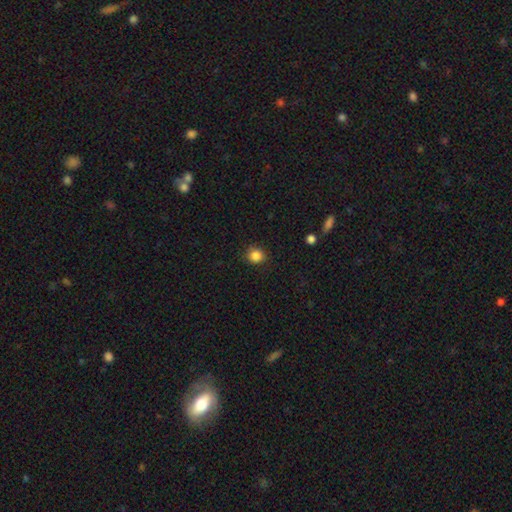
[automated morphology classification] A smooth galaxy with no disk features (86%) that is round (85%).

Vote fractions:
- Smooth or featured? smooth: 86% / star or artifact: 11% / featured or disk: 4%
- How rounded? round: 85% / in between: 14% / cigar-shaped: 1%
- Merging? none: 87% / minor disturbance: 9% / major disturbance: 2% / merger: 1%